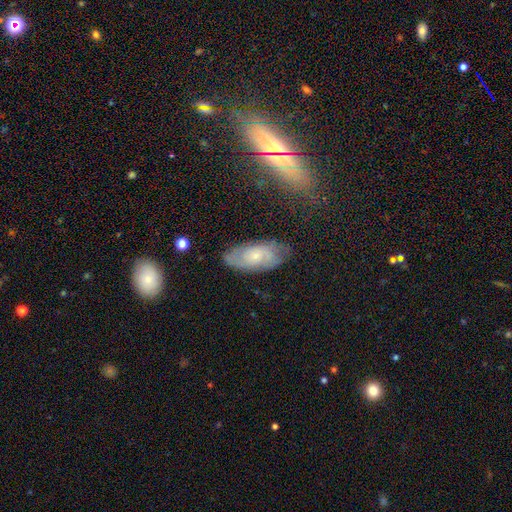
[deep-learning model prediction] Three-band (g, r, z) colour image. It shows a featured or disk galaxy (55%) with no bar (73%), spiral arms (83%) and a small central bulge (68%). Merging: none (73%).